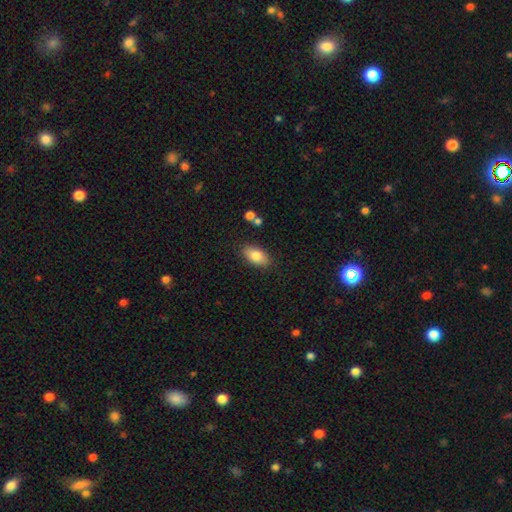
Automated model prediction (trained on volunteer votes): This is clearly a smooth galaxy (82%). How rounded: clearly in between (91%). Merging: clearly none (82%).